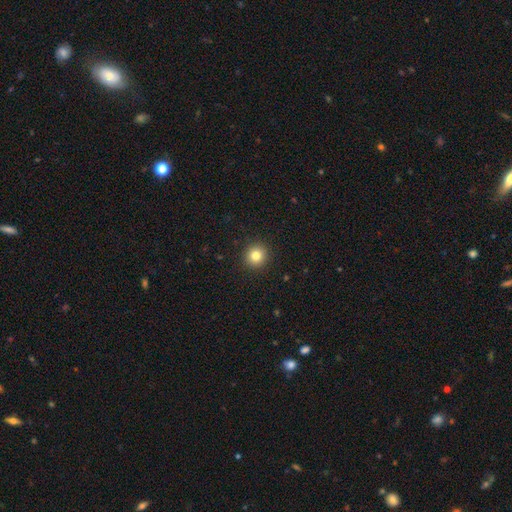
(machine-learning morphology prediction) smooth_or_featured: smooth (p=0.81) [alt: star or artifact p=0.12]
how_rounded: round (p=0.93) [alt: in between p=0.06]
merging: none (p=0.93) [alt: minor disturbance p=0.05]